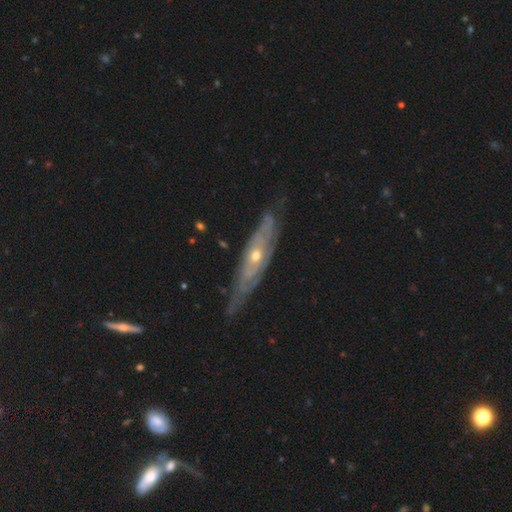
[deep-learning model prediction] Smooth or featured?
  - featured or disk: 72% *
  - smooth: 19%
  - star or artifact: 9%
Edge-on disk?
  - yes: 67% *
  - no: 33%
Merging?
  - none: 76% *
  - minor disturbance: 19%
  - major disturbance: 4%
  - merger: 2%